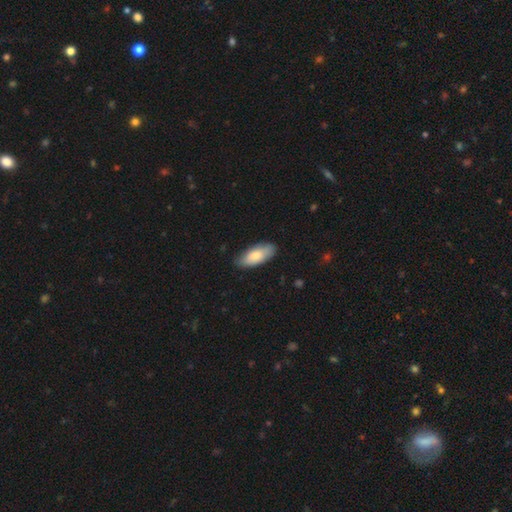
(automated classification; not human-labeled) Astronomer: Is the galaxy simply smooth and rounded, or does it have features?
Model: smooth — 80%.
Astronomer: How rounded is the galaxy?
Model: in between — 84%.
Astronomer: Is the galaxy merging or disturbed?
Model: none — 80%.